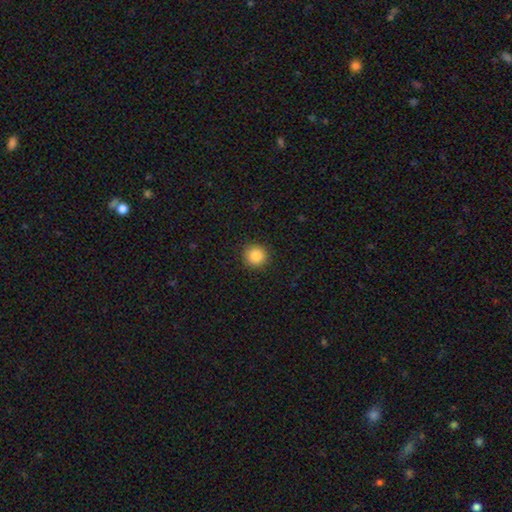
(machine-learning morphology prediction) Smooth or featured: smooth — 86% (star or artifact — 10%)
How rounded: round — 94% (in between — 5%)
Merging: none — 92% (minor disturbance — 5%)